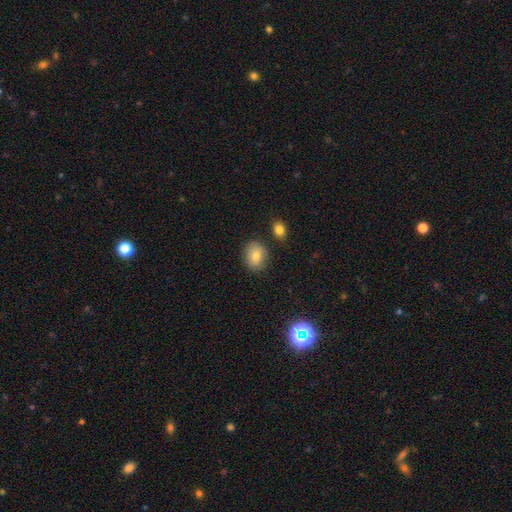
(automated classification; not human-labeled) The model was most divided on "how rounded": round: 56%, in between: 42%, cigar-shaped: 1%. More confident: merging — none (82%); smooth or featured — smooth (79%).